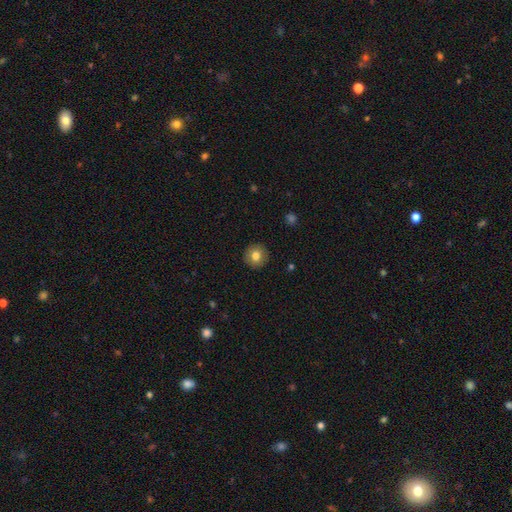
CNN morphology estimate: Smooth or featured?
  - smooth: 80% *
  - featured or disk: 11%
  - star or artifact: 9%
How rounded?
  - round: 93% *
  - in between: 6%
  - cigar-shaped: 1%
Merging?
  - none: 92% *
  - minor disturbance: 6%
  - major disturbance: 2%
  - merger: 1%